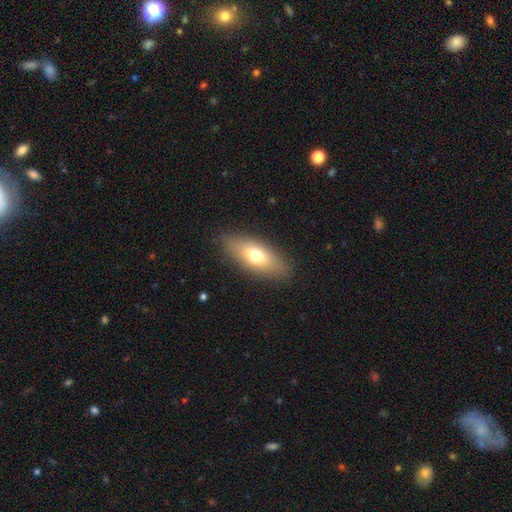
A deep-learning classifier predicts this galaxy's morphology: type=smooth (68%); roundness=in between (77%); merging=none (85%).